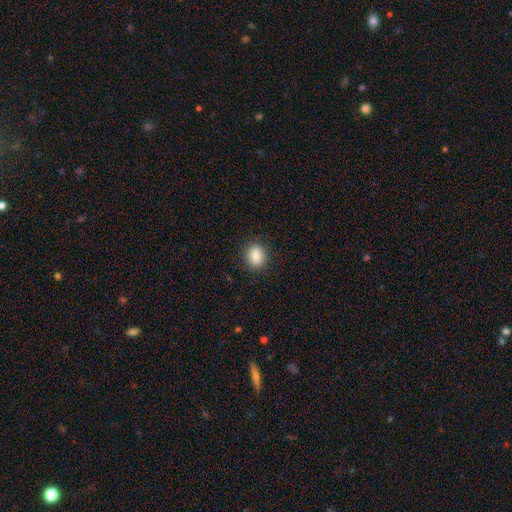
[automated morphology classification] Smooth or featured: smooth — 86% (star or artifact — 9%)
How rounded: round — 52% (in between — 47%)
Merging: none — 88% (minor disturbance — 8%)